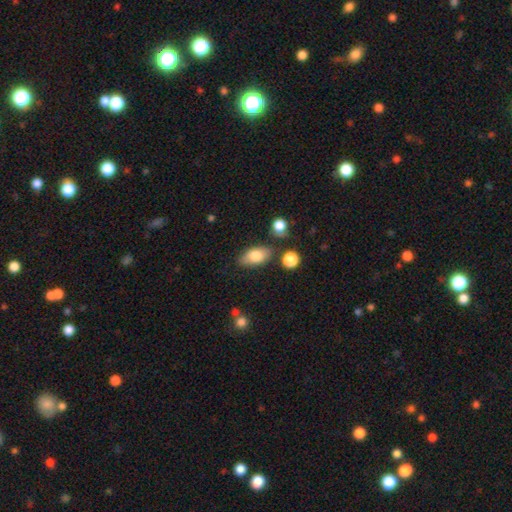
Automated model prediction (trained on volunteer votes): Morphology: type=smooth (79%); roundness=in between (90%); merging=none (78%).